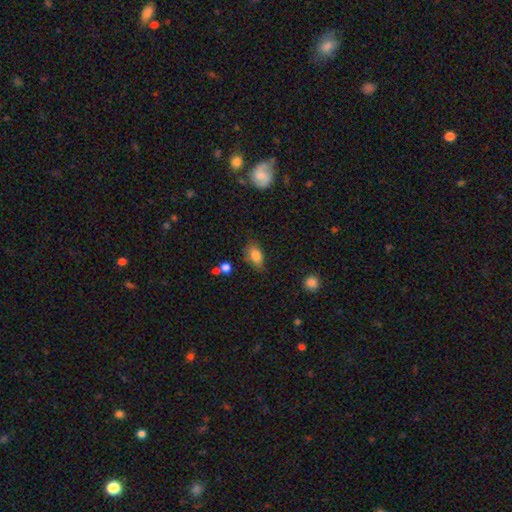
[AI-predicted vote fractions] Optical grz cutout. It shows a smooth galaxy with no disk features (80%) that is in between round and cigar-shaped (87%). Merging: none (67%).